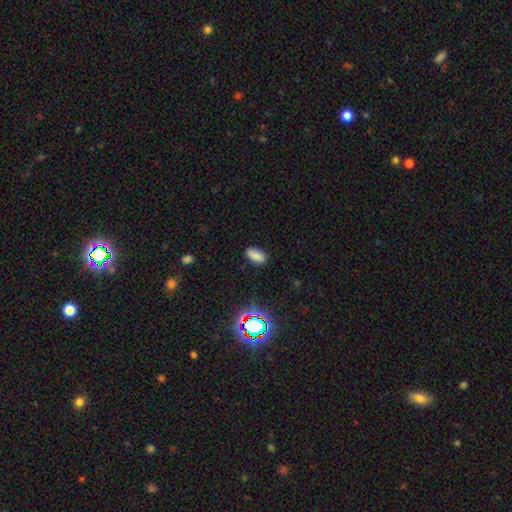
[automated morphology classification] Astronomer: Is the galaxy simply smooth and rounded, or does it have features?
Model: smooth — 80%.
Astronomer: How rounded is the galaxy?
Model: in between — 91%.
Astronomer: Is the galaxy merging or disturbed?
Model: none — 85%.